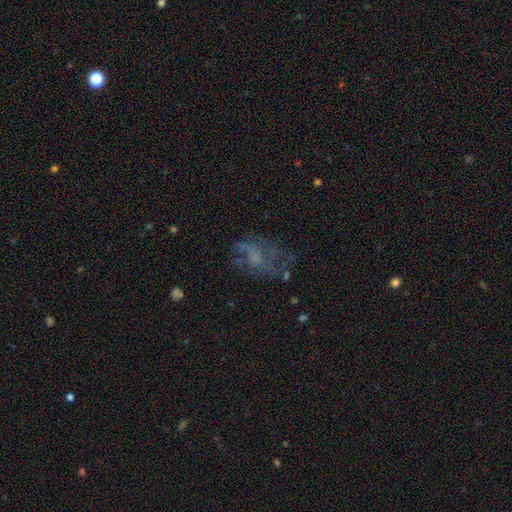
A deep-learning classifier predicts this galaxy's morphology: featured or disk 59%, smooth 24%, star or artifact 18%. Down the decision tree: edge-on disk — no (96%); bar — no (70%); spiral arms — yes (59%); bulge size — none (53%); merging — none (48%).